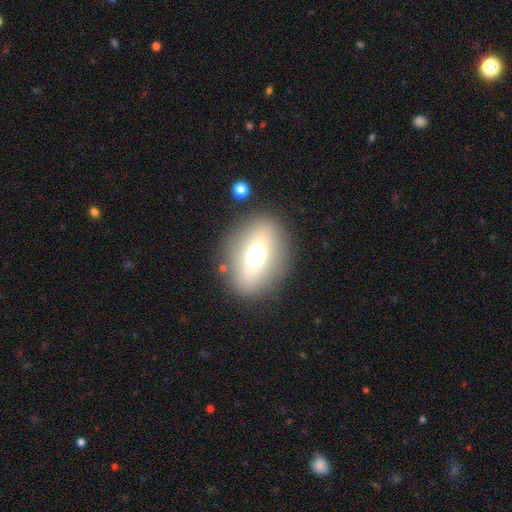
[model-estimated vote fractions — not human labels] This appears to be a smooth galaxy with no disk features (57%) that is in between round and cigar-shaped (54%). Merging: none (84%).